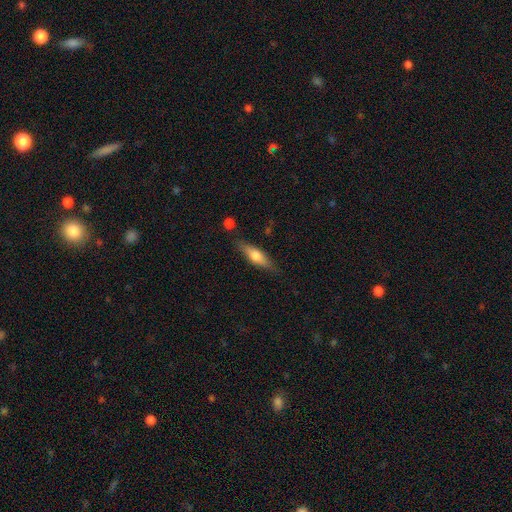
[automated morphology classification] Smooth or featured? smooth (52%)
How rounded? cigar-shaped (59%)
Merging? none (80%)